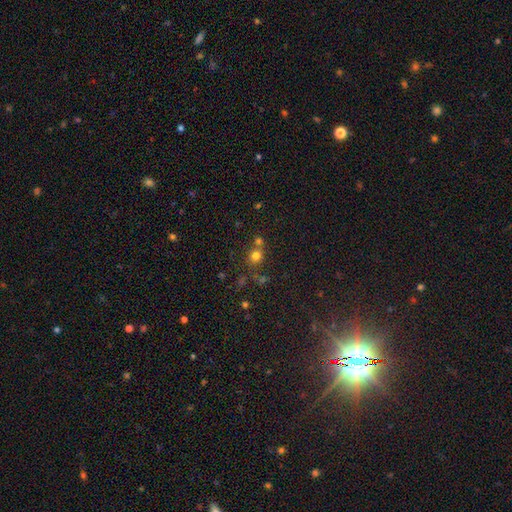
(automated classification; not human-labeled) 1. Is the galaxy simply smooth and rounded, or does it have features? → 73% smooth, 18% star or artifact, 8% featured or disk.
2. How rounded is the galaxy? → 82% round, 17% in between, 1% cigar-shaped.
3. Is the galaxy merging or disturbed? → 60% none, 28% merger, 9% minor disturbance, 4% major disturbance.